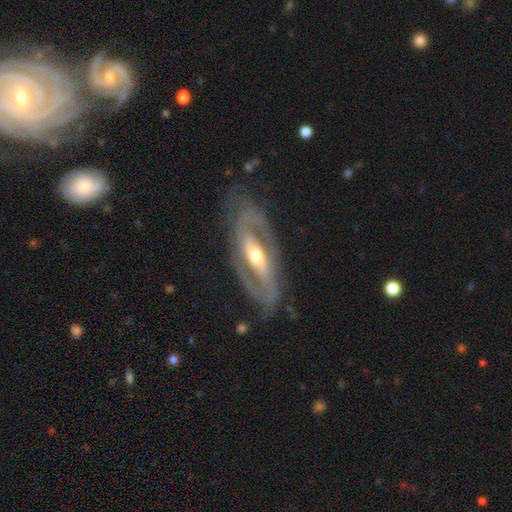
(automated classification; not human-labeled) Morphology: type=featured or disk (89%); edge-on=no (92%); bar=strong (50%); spiral arms=yes (92%); winding=medium (44%); arm count=2 (88%); bulge=moderate (62%); merging=none (77%).